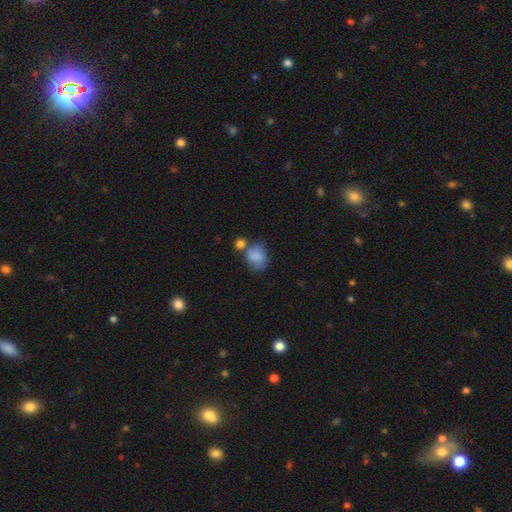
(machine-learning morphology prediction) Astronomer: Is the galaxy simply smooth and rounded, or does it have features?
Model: smooth — 80%.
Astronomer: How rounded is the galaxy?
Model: in between — 51% (runner-up: round, 48%).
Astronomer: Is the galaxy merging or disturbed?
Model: none — 39% (runner-up: merger, 31%).